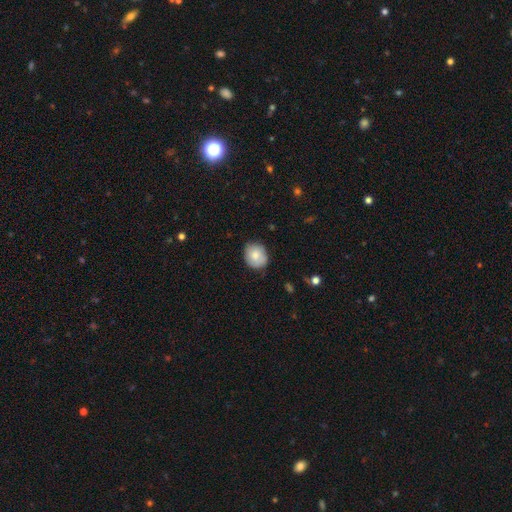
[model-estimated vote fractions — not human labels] Smooth or featured? Predicted: smooth (p=0.80). How rounded? Predicted: round (p=0.71). Merging? Predicted: none (p=0.80).